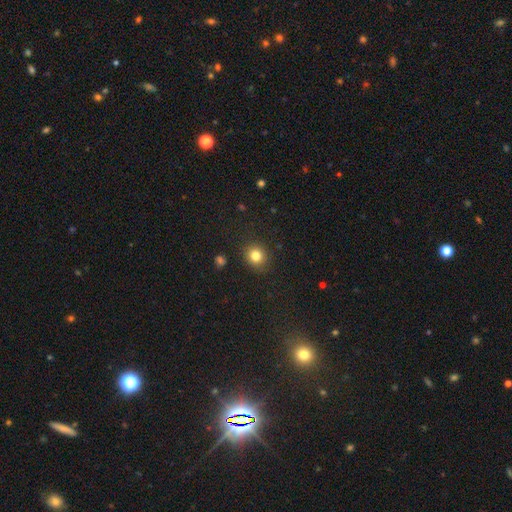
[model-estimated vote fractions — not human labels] Smooth or featured?
  - smooth: 83% *
  - star or artifact: 12%
  - featured or disk: 6%
How rounded?
  - round: 83% *
  - in between: 16%
  - cigar-shaped: 1%
Merging?
  - none: 87% *
  - minor disturbance: 9%
  - major disturbance: 3%
  - merger: 1%